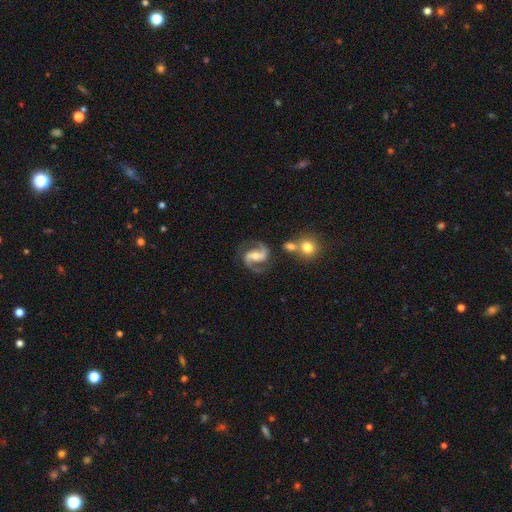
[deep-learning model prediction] Q: Smooth or featured?
A: featured or disk (91%); runner-up: smooth (5%)
Q: Edge-on disk?
A: no (98%); runner-up: yes (2%)
Q: Bar?
A: strong (41%); runner-up: weak (37%)
Q: Spiral arms?
A: yes (98%); runner-up: no (2%)
Q: Spiral winding?
A: medium (59%); runner-up: loose (27%)
Q: Spiral arm count?
A: 2 (94%); runner-up: can't tell (2%)
Q: Bulge size?
A: moderate (53%); runner-up: small (36%)
Q: Merging?
A: none (76%); runner-up: minor disturbance (13%)